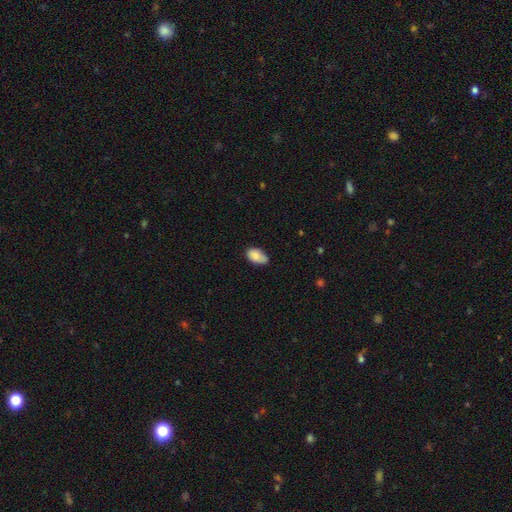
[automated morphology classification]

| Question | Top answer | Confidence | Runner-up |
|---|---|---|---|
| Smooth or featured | smooth | 83% | featured or disk (10%) |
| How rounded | in between | 93% | round (6%) |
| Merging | none | 53% | minor disturbance (36%) |